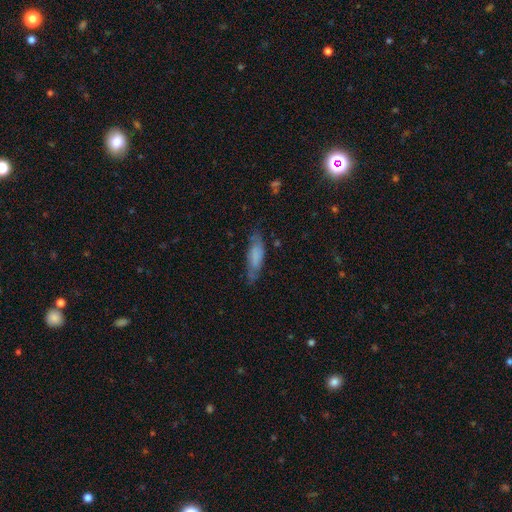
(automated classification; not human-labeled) Morphology: type=smooth (69%); roundness=cigar-shaped (54%); merging=none (71%).